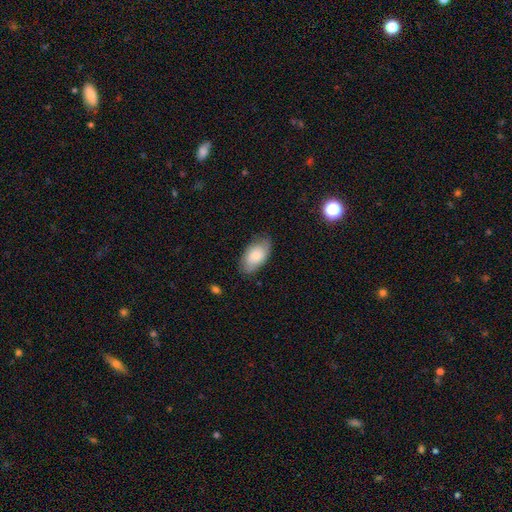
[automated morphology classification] A smooth galaxy with no disk features (76%) that is in between round and cigar-shaped (94%). Merging: none (76%).